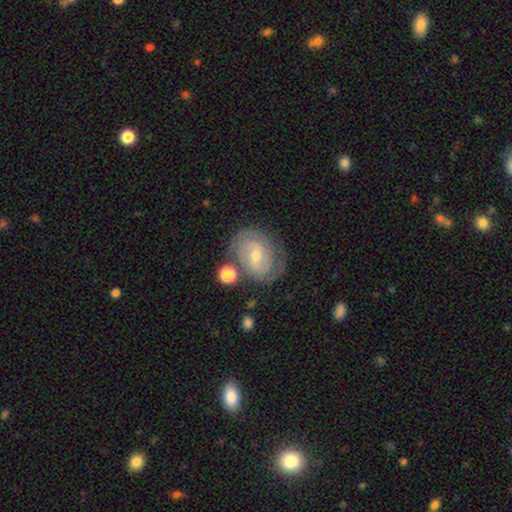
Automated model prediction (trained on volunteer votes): Morphology: type=featured or disk (79%); edge-on=no (97%); bar=weak (50%); spiral arms=yes (92%); winding=tight (62%); arm count=2 (63%); bulge=small (55%); merging=none (71%).